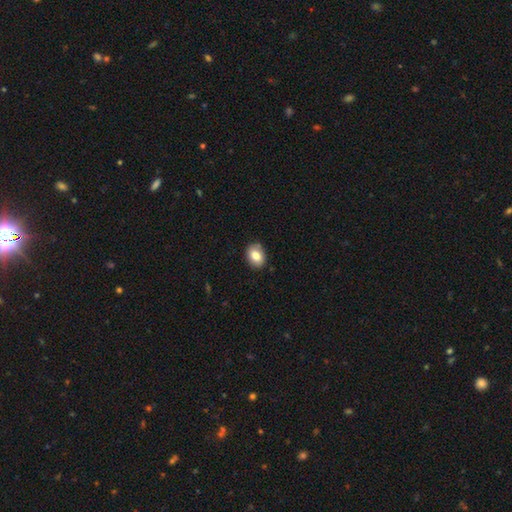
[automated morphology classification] The model was most divided on "how rounded": in between: 69%, round: 30%, cigar-shaped: 1%. More confident: merging — none (84%); smooth or featured — smooth (81%).